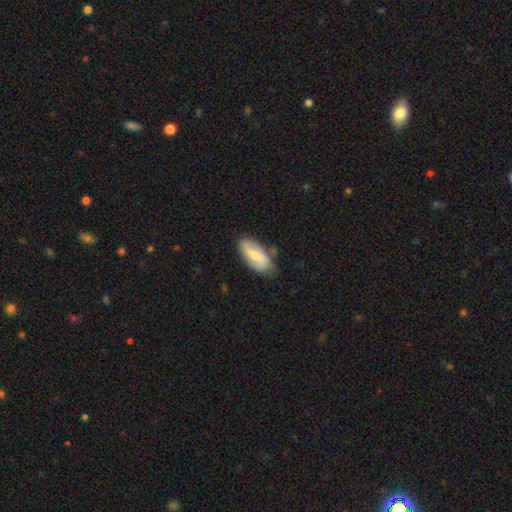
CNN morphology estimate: This is possibly a smooth galaxy (52%). How rounded: clearly in between (88%). Merging: likely none (71%).